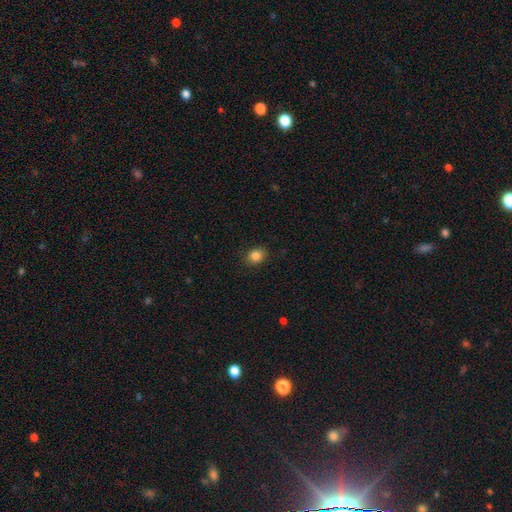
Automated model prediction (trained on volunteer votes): Smooth or featured?
  - smooth: 85% *
  - star or artifact: 10%
  - featured or disk: 5%
How rounded?
  - in between: 50% *
  - round: 49%
  - cigar-shaped: 1%
Merging?
  - none: 88% *
  - minor disturbance: 9%
  - major disturbance: 2%
  - merger: 1%